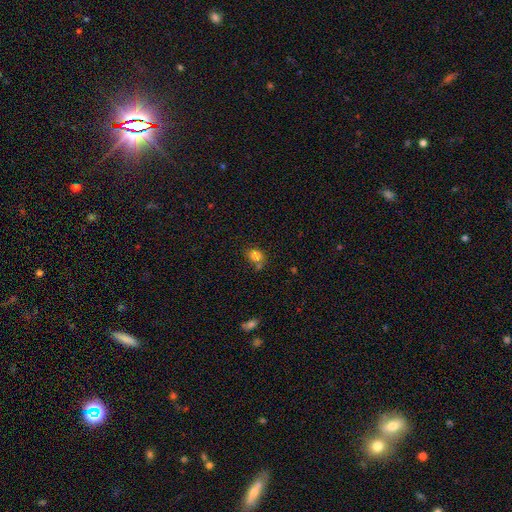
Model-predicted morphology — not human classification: Smooth or featured: smooth — 81% (star or artifact — 12%)
How rounded: round — 52% (in between — 47%)
Merging: none — 58% (merger — 20%)